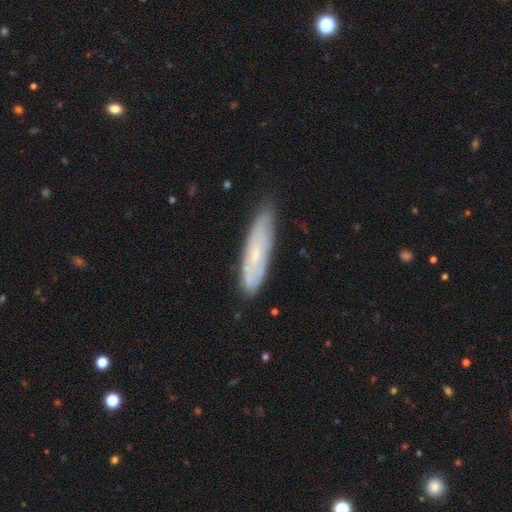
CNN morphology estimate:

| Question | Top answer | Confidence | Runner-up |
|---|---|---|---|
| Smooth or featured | featured or disk | 50% | smooth (43%) |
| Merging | none | 76% | minor disturbance (19%) |